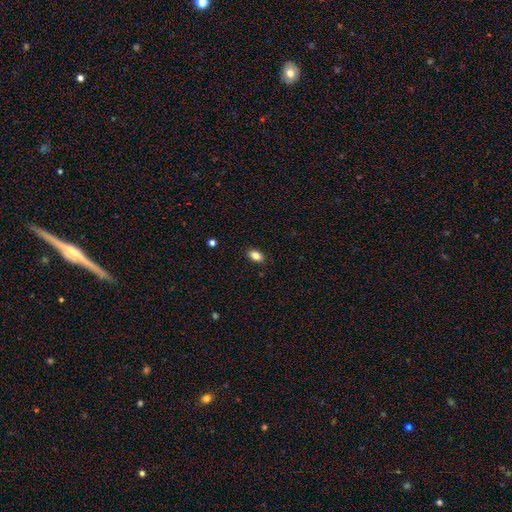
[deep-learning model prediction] Smooth or featured?
  - smooth: 85% *
  - star or artifact: 9%
  - featured or disk: 6%
How rounded?
  - in between: 88% *
  - round: 10%
  - cigar-shaped: 2%
Merging?
  - none: 88% *
  - minor disturbance: 9%
  - major disturbance: 2%
  - merger: 1%